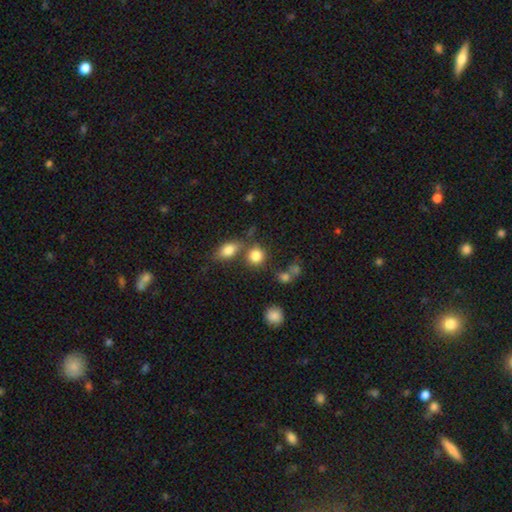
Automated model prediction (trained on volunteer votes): Smooth or featured: smooth — 83% (star or artifact — 11%)
How rounded: round — 79% (in between — 19%)
Merging: none — 59% (merger — 25%)